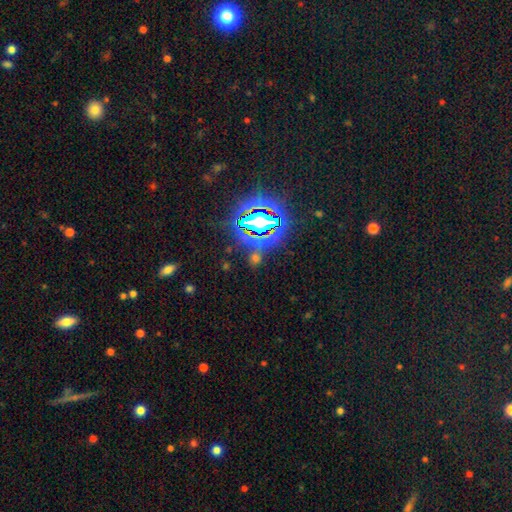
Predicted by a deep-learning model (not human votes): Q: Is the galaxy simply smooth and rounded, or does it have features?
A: star or artifact — 69%.